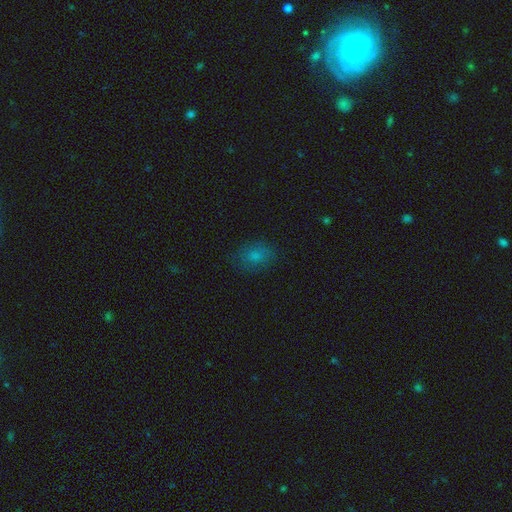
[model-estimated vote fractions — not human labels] Overall: smooth (75%). How rounded: in between (65%; round 34%). Merging: none (76%).